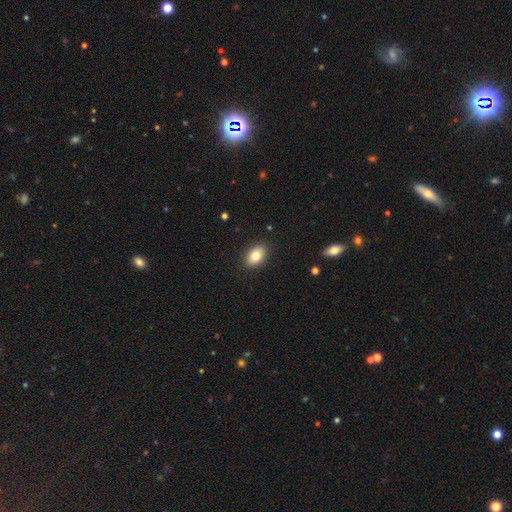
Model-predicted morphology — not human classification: A smooth galaxy with no disk features (81%) that is in between round and cigar-shaped (84%).

Vote fractions:
- Smooth or featured? smooth: 81% / featured or disk: 10% / star or artifact: 8%
- How rounded? in between: 84% / round: 15% / cigar-shaped: 1%
- Merging? none: 89% / minor disturbance: 8% / major disturbance: 2% / merger: 1%